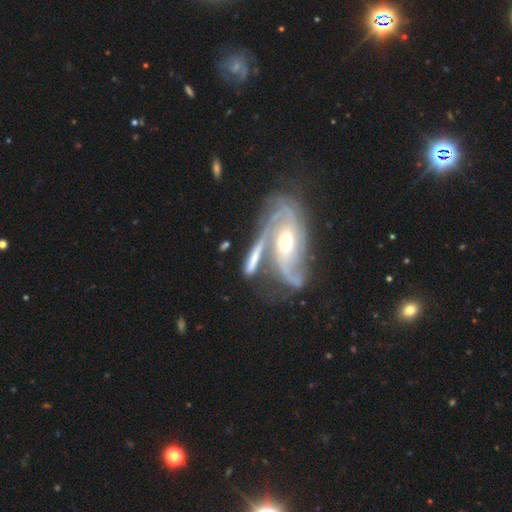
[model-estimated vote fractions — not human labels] Smooth or featured: featured or disk — 64% (smooth — 29%)
Edge-on disk: no — 75% (yes — 25%)
Merging: merger — 39% (none — 34%)